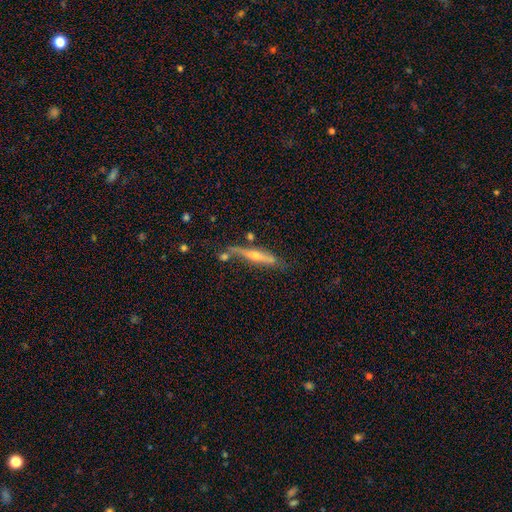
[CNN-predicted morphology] A featured or disk galaxy (66%) viewed edge-on (92%) with a rounded central bulge (84%).

Vote fractions:
- Smooth or featured? featured or disk: 66% / smooth: 27% / star or artifact: 7%
- Edge-on disk? yes: 92% / no: 8%
- Edge-on bulge? rounded: 84% / none: 12% / boxy: 4%
- Merging? none: 64% / minor disturbance: 19% / merger: 10% / major disturbance: 6%